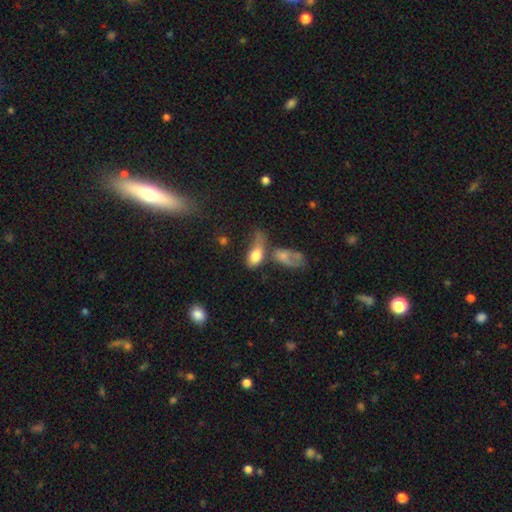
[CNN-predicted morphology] This appears to be a smooth galaxy with no disk features (76%) that is in between round and cigar-shaped (86%). Merging: merger (37%).